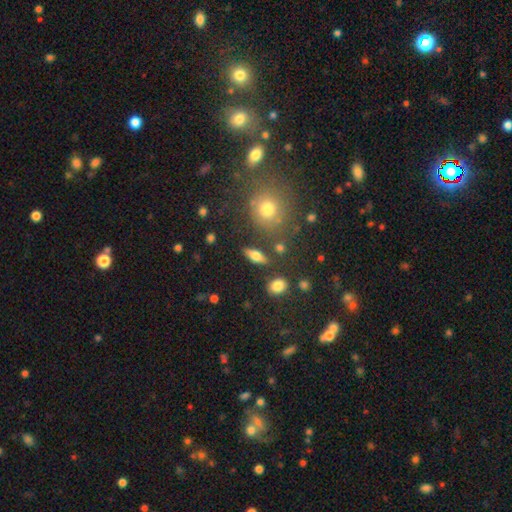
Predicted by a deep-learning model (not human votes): smooth-or-featured: smooth: 59% | featured or disk: 31% | star or artifact: 10%
  how-rounded: in between: 60% | cigar-shaped: 29% | round: 11%
  merging: none: 81% | minor disturbance: 10% | merger: 5% | major disturbance: 4%